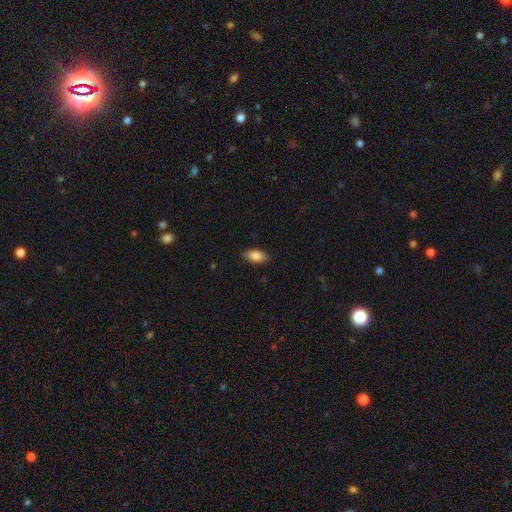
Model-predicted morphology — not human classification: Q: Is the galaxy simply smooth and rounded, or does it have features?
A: smooth — 83%.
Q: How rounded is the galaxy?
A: in between — 90%.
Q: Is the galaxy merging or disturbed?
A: none — 87%.